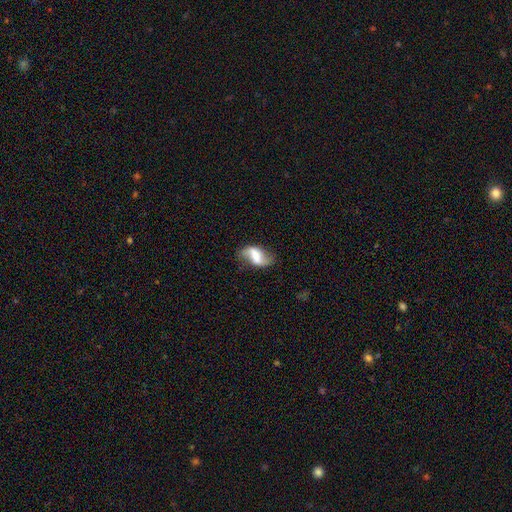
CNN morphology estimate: Smooth or featured? featured or disk (62%)
Edge-on disk? no (95%)
Bar? strong (48%)
Spiral arms? yes (82%)
Bulge size? none (34%)
Merging? none (63%)